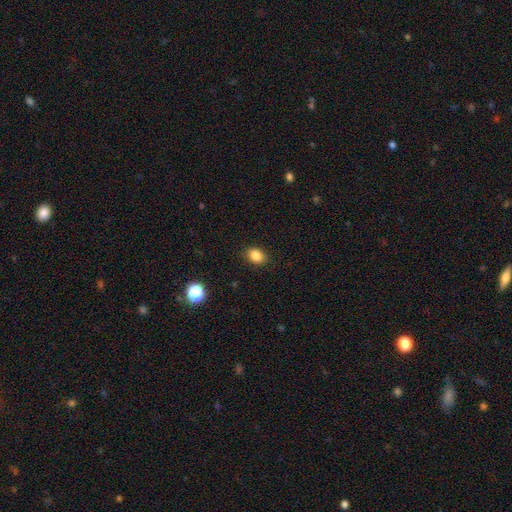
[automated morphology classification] Overall: smooth (85%). How rounded: in between (70%). Merging: none (88%).